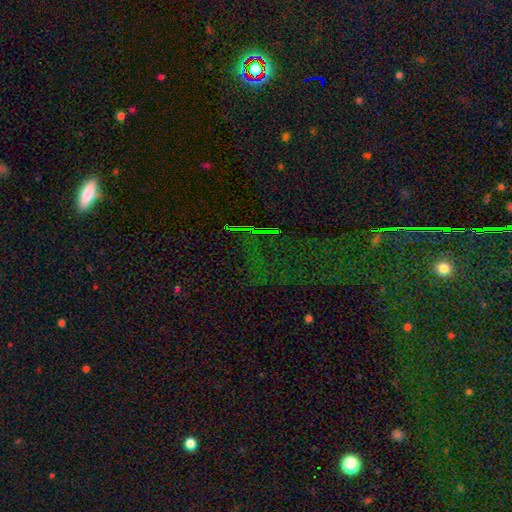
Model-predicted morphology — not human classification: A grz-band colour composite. It shows a star or artifact, not a galaxy (75%).